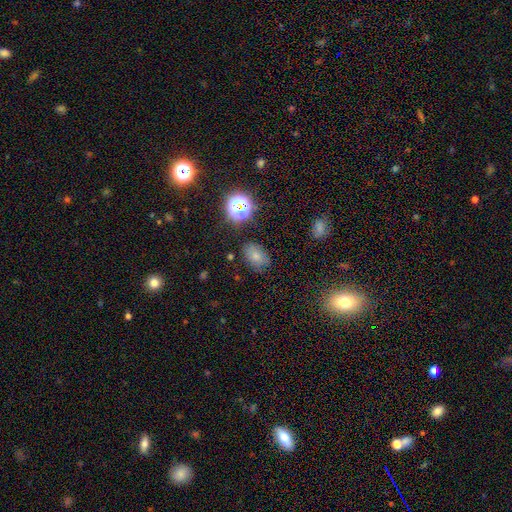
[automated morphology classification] smooth_or_featured: smooth (p=0.72) [alt: star or artifact p=0.17]
how_rounded: in between (p=0.78) [alt: round p=0.20]
merging: none (p=0.78) [alt: minor disturbance p=0.15]